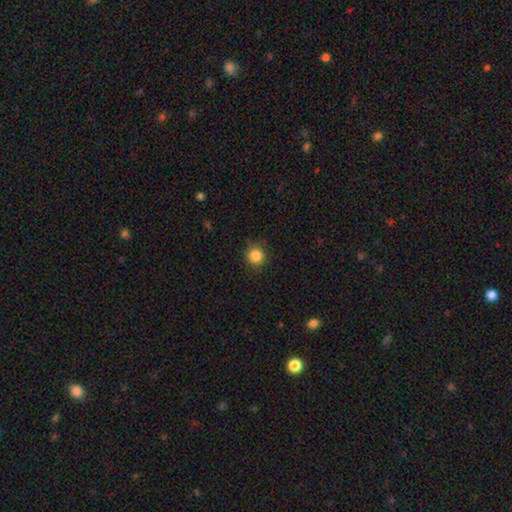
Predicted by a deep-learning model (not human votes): Smooth or featured? smooth (86%)
How rounded? round (92%)
Merging? none (87%)